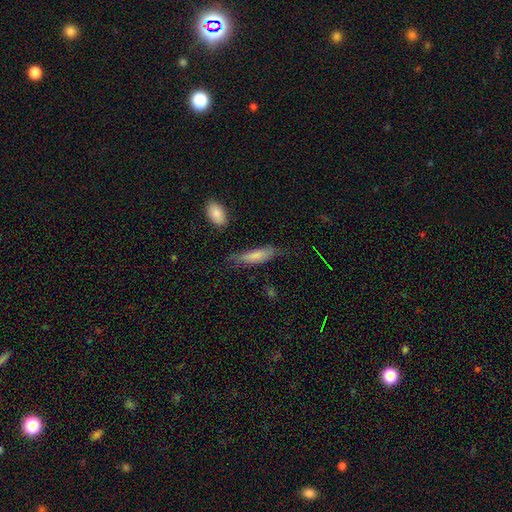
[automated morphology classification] Q: Smooth or featured?
A: smooth (72%); runner-up: featured or disk (20%)
Q: How rounded?
A: cigar-shaped (61%); runner-up: in between (37%)
Q: Merging?
A: none (58%); runner-up: minor disturbance (28%)